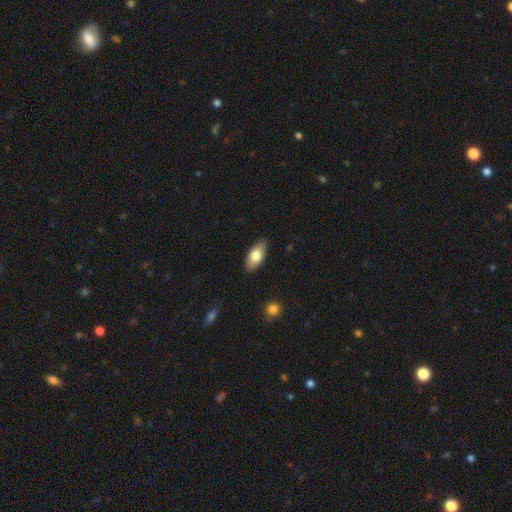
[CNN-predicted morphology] smooth_or_featured: smooth (p=0.79) [alt: featured or disk p=0.15]
how_rounded: in between (p=0.91) [alt: cigar-shaped p=0.06]
merging: none (p=0.87) [alt: minor disturbance p=0.10]